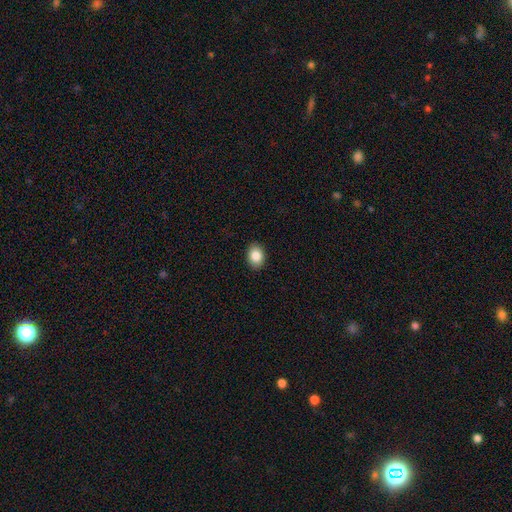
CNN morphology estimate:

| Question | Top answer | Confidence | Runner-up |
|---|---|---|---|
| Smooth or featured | smooth | 85% | star or artifact (8%) |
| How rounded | in between | 72% | round (27%) |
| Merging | none | 90% | minor disturbance (7%) |